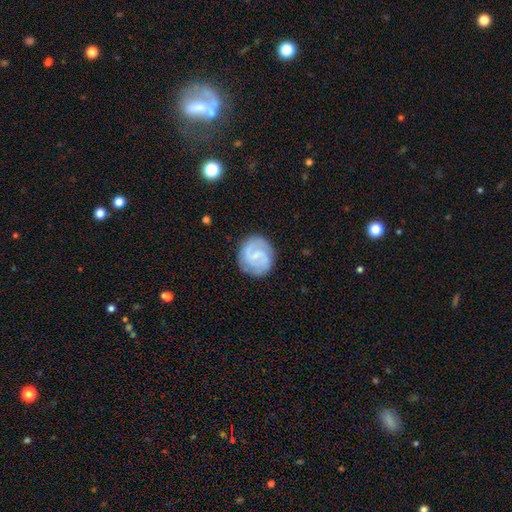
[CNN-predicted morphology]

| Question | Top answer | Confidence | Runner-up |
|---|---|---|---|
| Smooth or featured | featured or disk | 72% | smooth (22%) |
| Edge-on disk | no | 98% | yes (2%) |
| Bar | weak | 57% | no (22%) |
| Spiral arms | yes | 92% | no (8%) |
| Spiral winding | medium | 47% | tight (36%) |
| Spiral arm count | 2 | 83% | can't tell (8%) |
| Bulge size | small | 52% | none (30%) |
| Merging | none | 83% | minor disturbance (12%) |